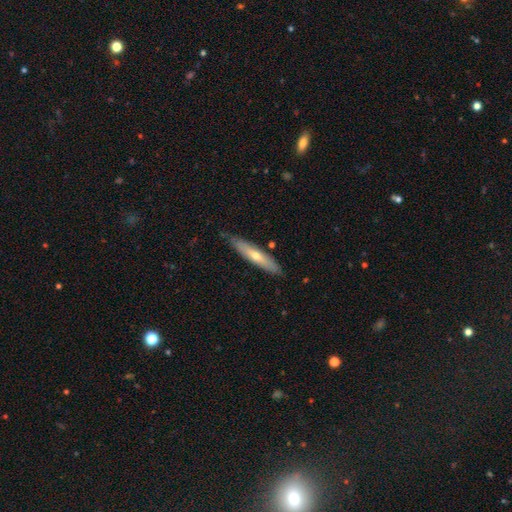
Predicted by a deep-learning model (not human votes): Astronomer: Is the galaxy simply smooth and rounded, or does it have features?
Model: smooth — 49% (runner-up: featured or disk, 46%).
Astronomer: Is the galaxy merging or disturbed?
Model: none — 82%.